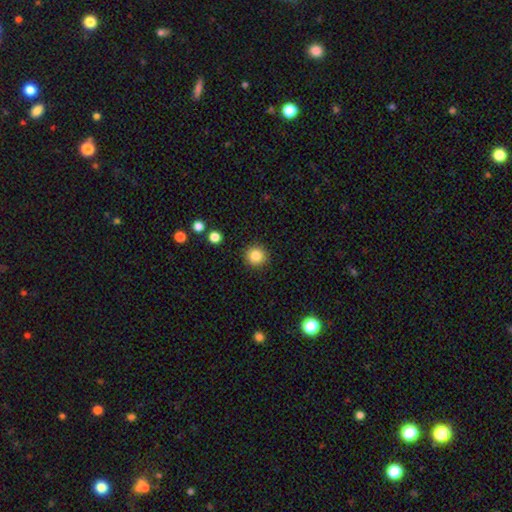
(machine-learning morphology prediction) Smooth or featured? Predicted: smooth (p=0.84). How rounded? Predicted: round (p=0.94). Merging? Predicted: none (p=0.91).